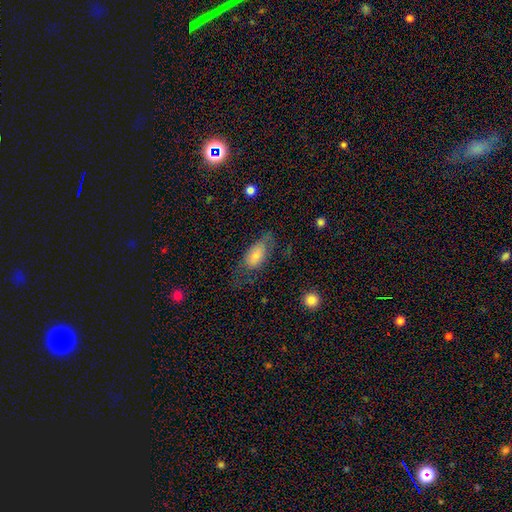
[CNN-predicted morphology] smooth-or-featured: smooth: 64% | featured or disk: 26% | star or artifact: 10%
  how-rounded: in between: 87% | cigar-shaped: 7% | round: 5%
  merging: none: 49% | minor disturbance: 27% | major disturbance: 23% | merger: 2%